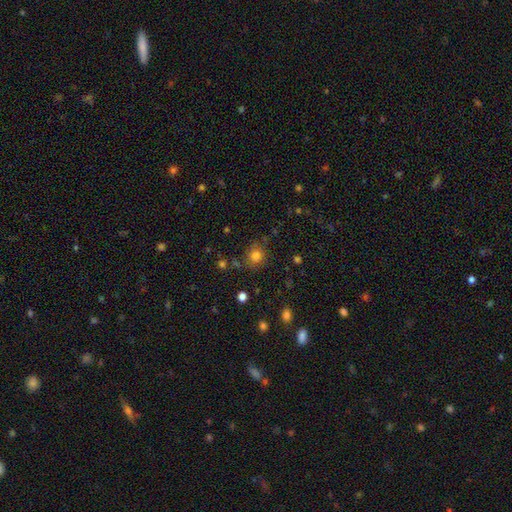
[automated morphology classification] Smooth or featured: smooth — 79% (star or artifact — 15%)
How rounded: round — 87% (in between — 12%)
Merging: none — 78% (minor disturbance — 13%)